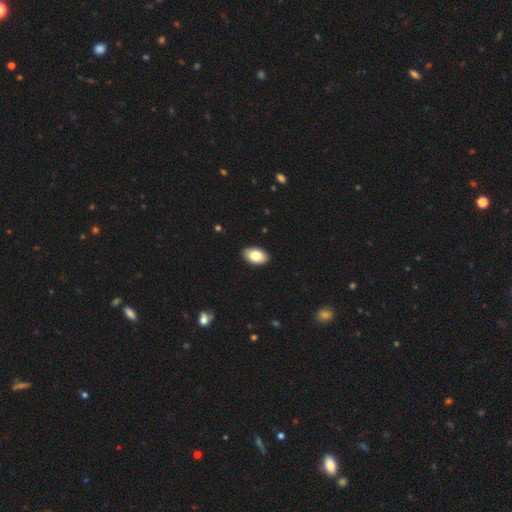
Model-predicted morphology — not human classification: This is clearly a smooth galaxy (82%). How rounded: clearly in between (93%). Merging: clearly none (89%).